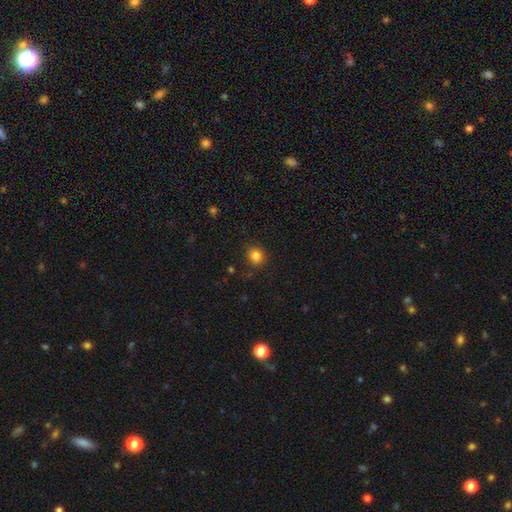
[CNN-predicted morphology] type=smooth (83%); roundness=round (84%); merging=none (87%).